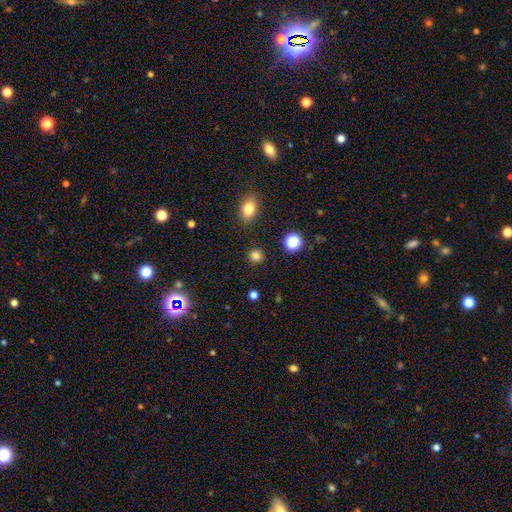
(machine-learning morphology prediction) The model was most divided on "smooth or featured": smooth: 82%, star or artifact: 14%, featured or disk: 4%. More confident: merging — none (90%); how rounded — round (86%).